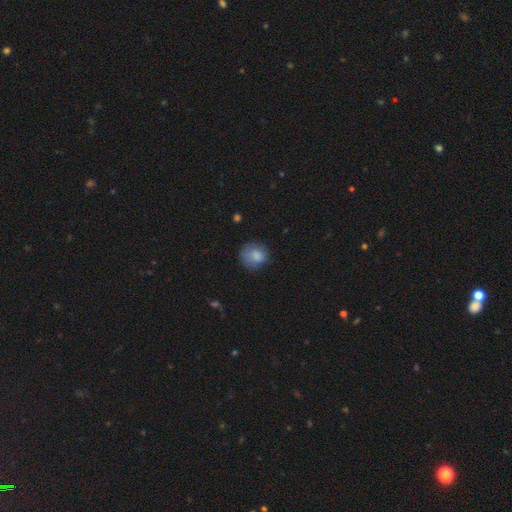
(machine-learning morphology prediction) smooth_or_featured: smooth (p=0.78) [alt: featured or disk p=0.13]
how_rounded: round (p=0.71) [alt: in between p=0.28]
merging: none (p=0.55) [alt: minor disturbance p=0.28]